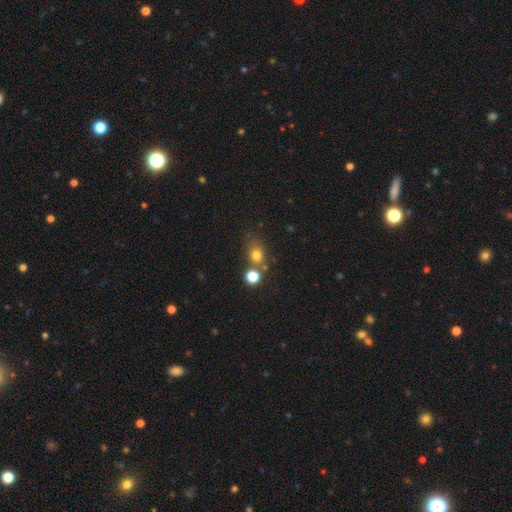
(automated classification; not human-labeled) Q: Smooth or featured?
A: smooth (74%); runner-up: star or artifact (16%)
Q: How rounded?
A: round (66%); runner-up: in between (33%)
Q: Merging?
A: none (57%); runner-up: merger (23%)